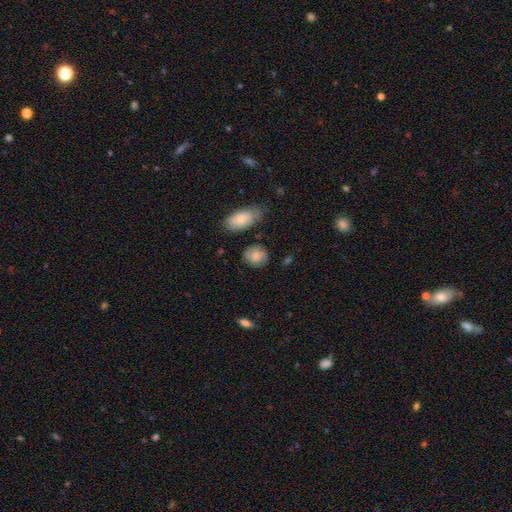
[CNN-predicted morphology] A smooth galaxy with no disk features (77%) that is round (66%).

Vote fractions:
- Smooth or featured? smooth: 77% / featured or disk: 14% / star or artifact: 8%
- How rounded? round: 66% / in between: 33% / cigar-shaped: 2%
- Merging? none: 72% / minor disturbance: 19% / major disturbance: 6% / merger: 4%